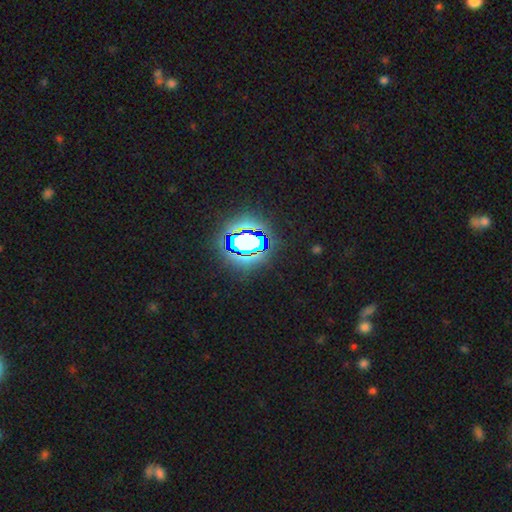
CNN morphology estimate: Overall: star or artifact (82%).